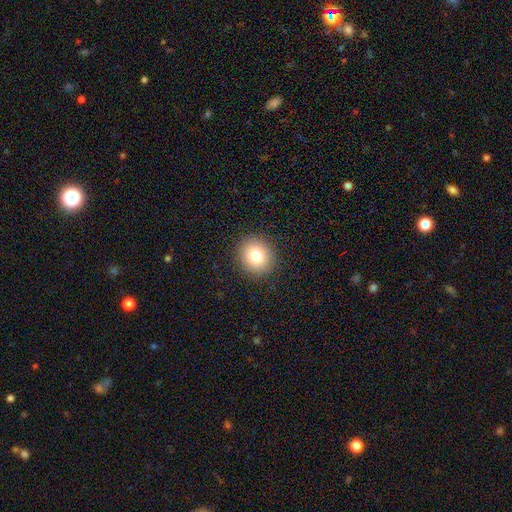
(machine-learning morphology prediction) smooth 79%, star or artifact 11%, featured or disk 10%. Down the decision tree: how rounded — round (83%); merging — none (90%).